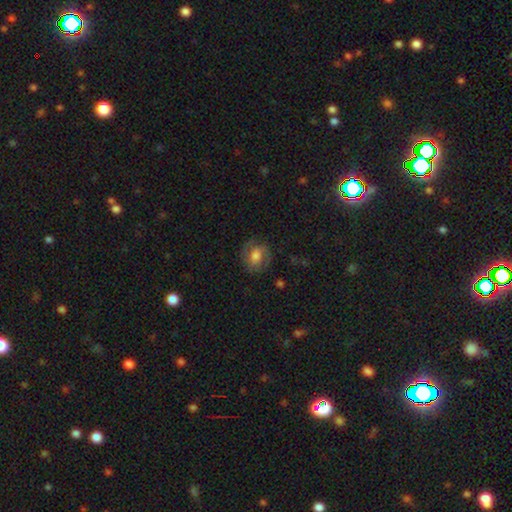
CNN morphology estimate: featured or disk 48%, smooth 43%, star or artifact 8%. Down the decision tree: merging — none (74%).